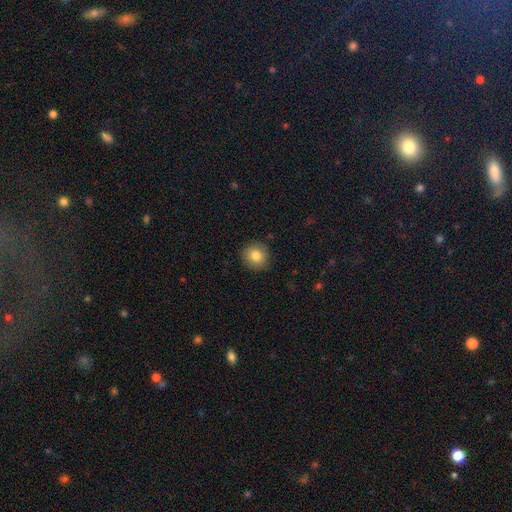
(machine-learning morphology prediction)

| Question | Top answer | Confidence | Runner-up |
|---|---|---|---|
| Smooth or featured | smooth | 82% | star or artifact (9%) |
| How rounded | round | 92% | in between (7%) |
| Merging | none | 90% | minor disturbance (7%) |